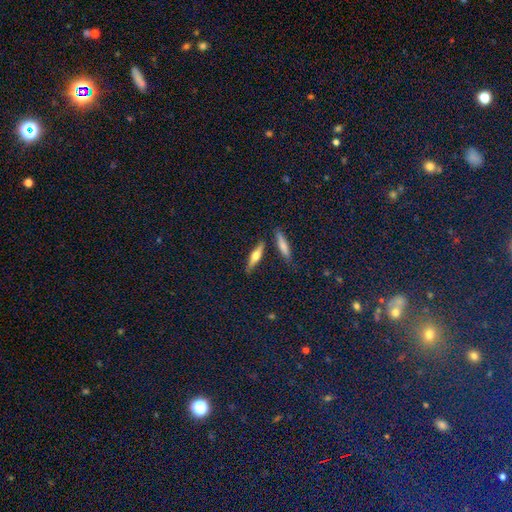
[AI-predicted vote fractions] Smooth or featured: smooth — 46% (featured or disk — 45%)
Merging: none — 83% (minor disturbance — 9%)